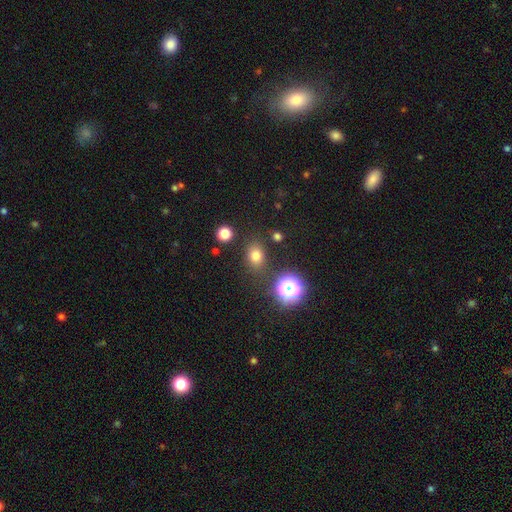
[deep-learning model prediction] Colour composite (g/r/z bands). It shows a smooth galaxy with no disk features (74%) that is in between round and cigar-shaped (61%). Merging: none (82%).